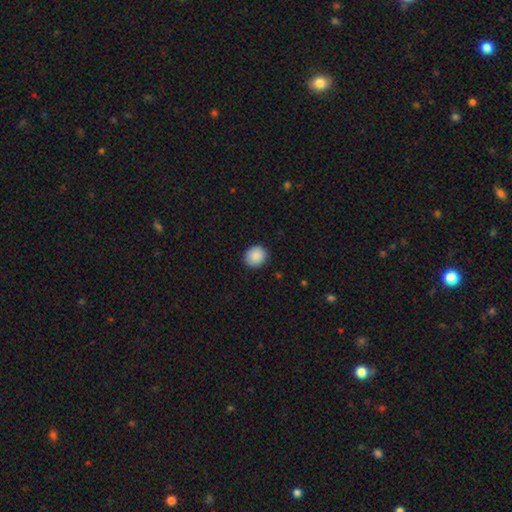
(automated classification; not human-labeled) Q: Smooth or featured?
A: smooth (89%); runner-up: star or artifact (8%)
Q: How rounded?
A: round (85%); runner-up: in between (14%)
Q: Merging?
A: none (90%); runner-up: minor disturbance (7%)